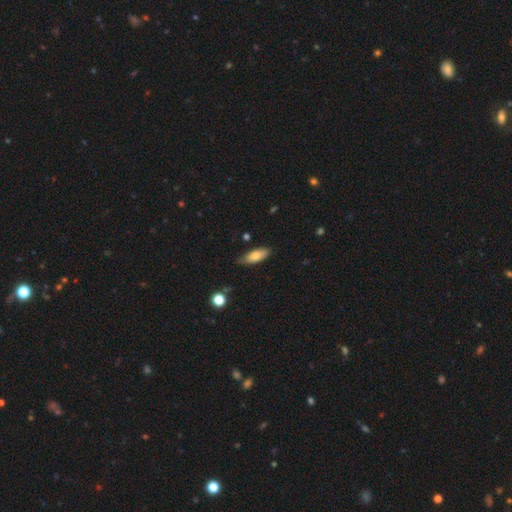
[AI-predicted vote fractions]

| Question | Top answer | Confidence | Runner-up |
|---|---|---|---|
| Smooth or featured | smooth | 72% | featured or disk (21%) |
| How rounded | in between | 73% | cigar-shaped (25%) |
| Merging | none | 74% | minor disturbance (21%) |